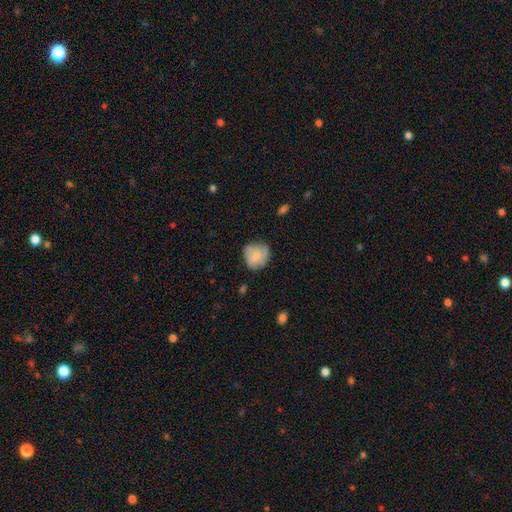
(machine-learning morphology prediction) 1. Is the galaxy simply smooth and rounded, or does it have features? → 75% smooth, 17% featured or disk, 7% star or artifact.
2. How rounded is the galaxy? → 82% round, 17% in between, 1% cigar-shaped.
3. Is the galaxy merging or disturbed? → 61% none, 29% minor disturbance, 8% major disturbance, 2% merger.